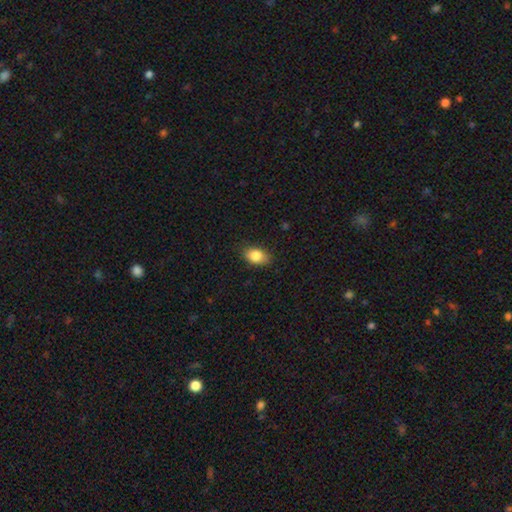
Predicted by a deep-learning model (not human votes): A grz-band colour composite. It shows a smooth galaxy with no disk features (86%) that is in between round and cigar-shaped (84%). Merging: none (83%).